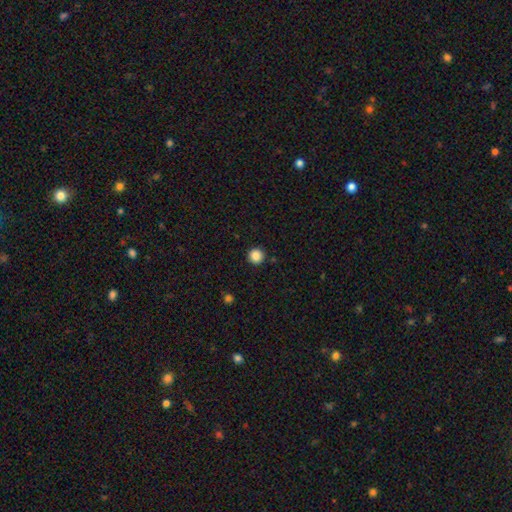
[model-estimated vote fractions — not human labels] Overall: smooth (87%). How rounded: round (95%). Merging: none (92%).